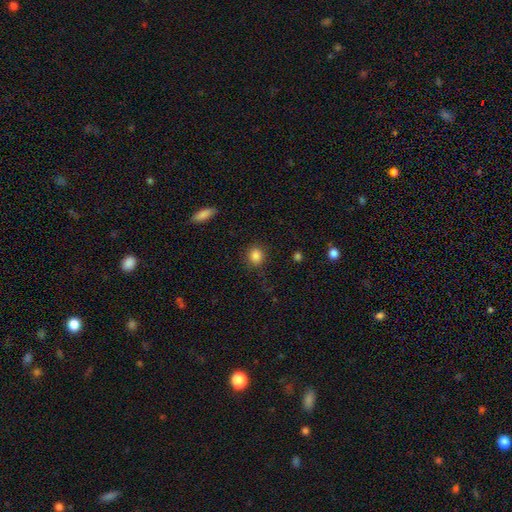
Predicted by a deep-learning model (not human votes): Smooth or featured? smooth (85%)
How rounded? round (80%)
Merging? none (86%)